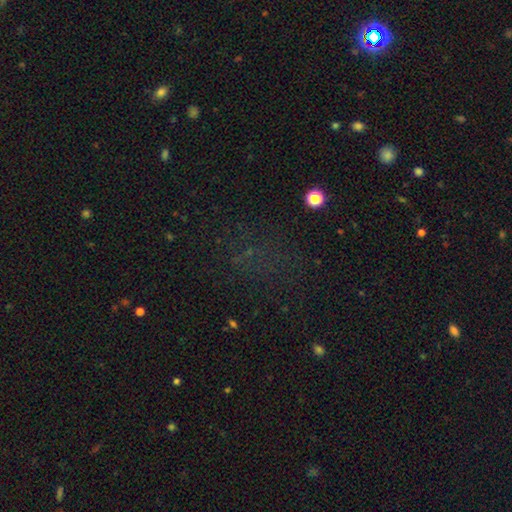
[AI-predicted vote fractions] Smooth or featured?
  - star or artifact: 54% *
  - smooth: 33%
  - featured or disk: 13%